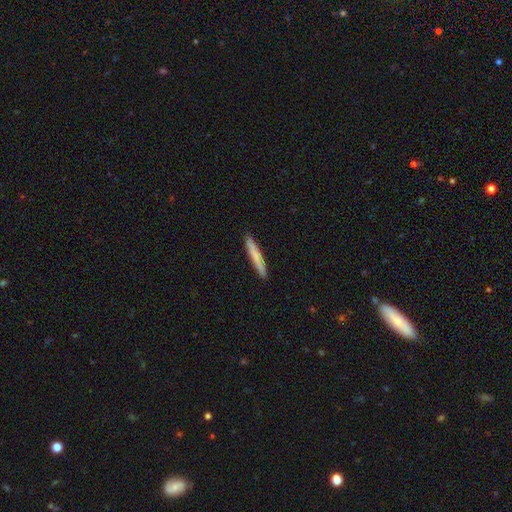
A smooth galaxy with no disk features (74%) that is cigar-shaped (100%). Merging: none (89%).